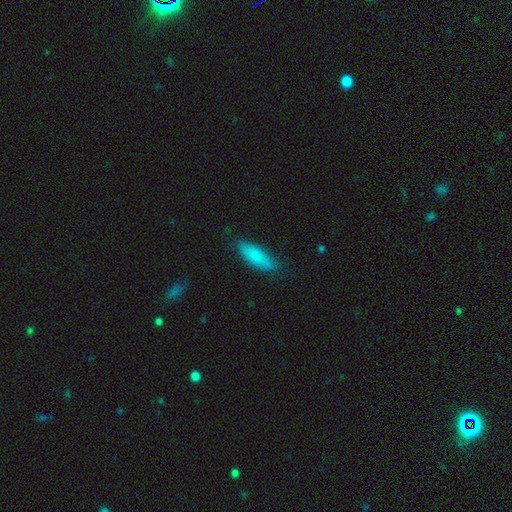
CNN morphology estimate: Smooth or featured? Predicted: smooth (p=0.82). How rounded? Predicted: in between (p=0.59). Merging? Predicted: none (p=0.76).